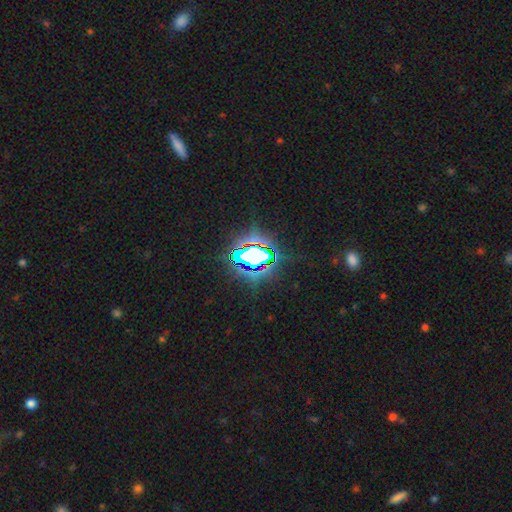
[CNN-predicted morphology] Q: Smooth or featured?
A: star or artifact (74%); runner-up: smooth (15%)